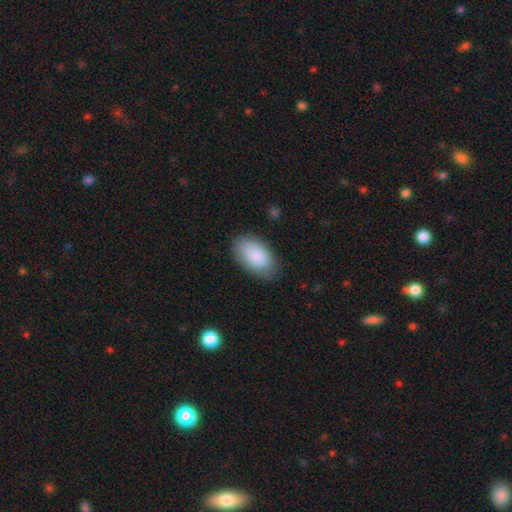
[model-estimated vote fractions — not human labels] Smooth or featured?
  - smooth: 87% *
  - featured or disk: 7%
  - star or artifact: 6%
How rounded?
  - in between: 95% *
  - round: 4%
  - cigar-shaped: 1%
Merging?
  - none: 81% *
  - minor disturbance: 14%
  - major disturbance: 4%
  - merger: 1%